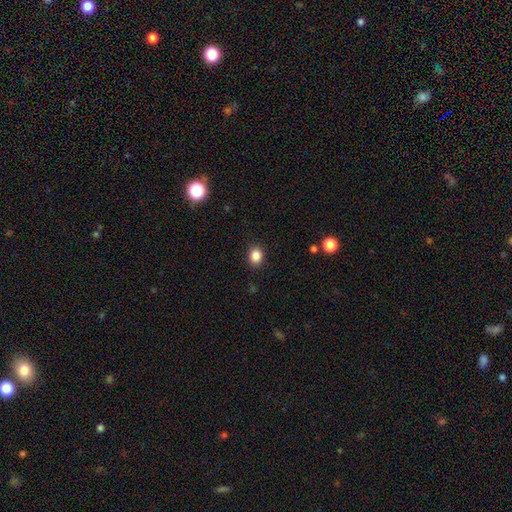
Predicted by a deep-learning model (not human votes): smooth 86%, star or artifact 10%, featured or disk 4%. Down the decision tree: how rounded — round (53%); merging — none (89%).